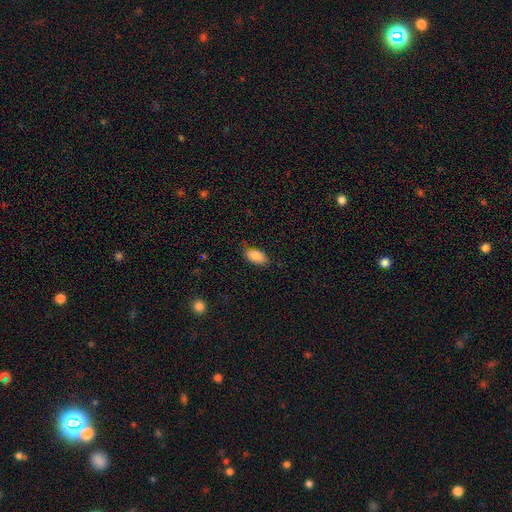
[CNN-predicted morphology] smooth_or_featured: smooth (p=0.88) [alt: star or artifact p=0.07]
how_rounded: in between (p=0.91) [alt: cigar-shaped p=0.06]
merging: none (p=0.80) [alt: minor disturbance p=0.16]